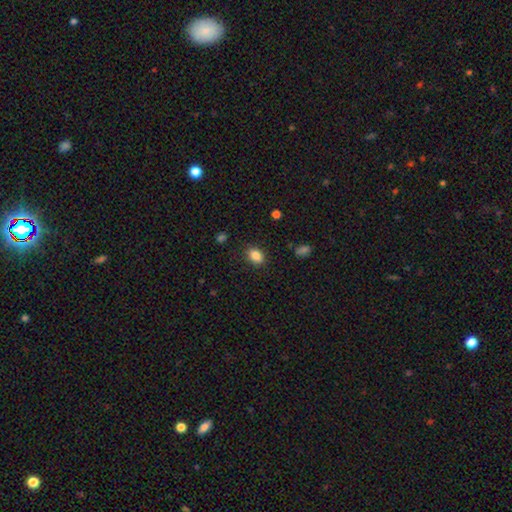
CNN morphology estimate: The model was most divided on "how rounded": in between: 73%, round: 26%, cigar-shaped: 1%. More confident: smooth or featured — smooth (86%); merging — none (86%).